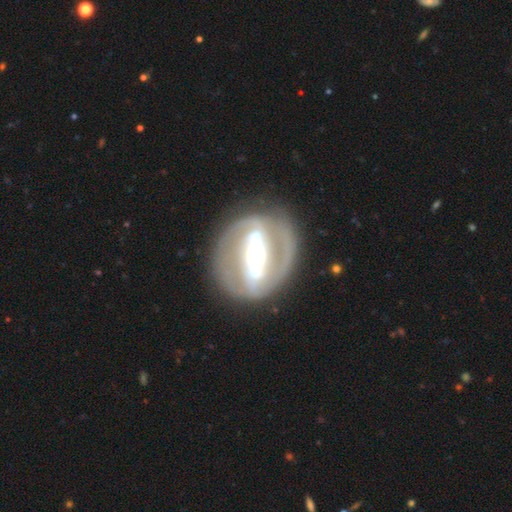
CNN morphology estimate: type=featured or disk (81%); edge-on=no (93%); bar=strong (71%); spiral arms=yes (62%); bulge=moderate (59%); merging=none (74%).